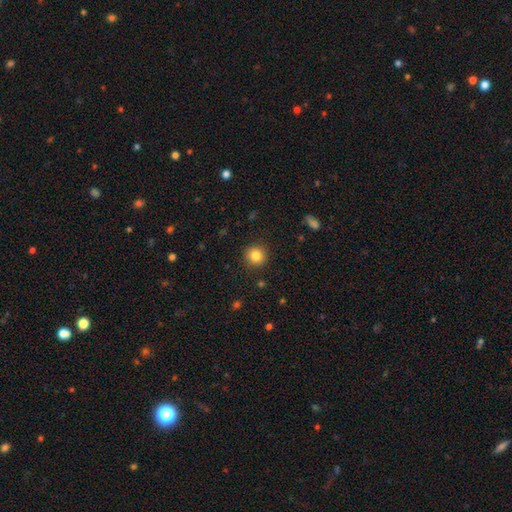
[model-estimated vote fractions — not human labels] smooth-or-featured: smooth: 83% | star or artifact: 11% | featured or disk: 6%
  how-rounded: round: 94% | in between: 5% | cigar-shaped: 1%
  merging: none: 91% | minor disturbance: 6% | major disturbance: 2% | merger: 1%